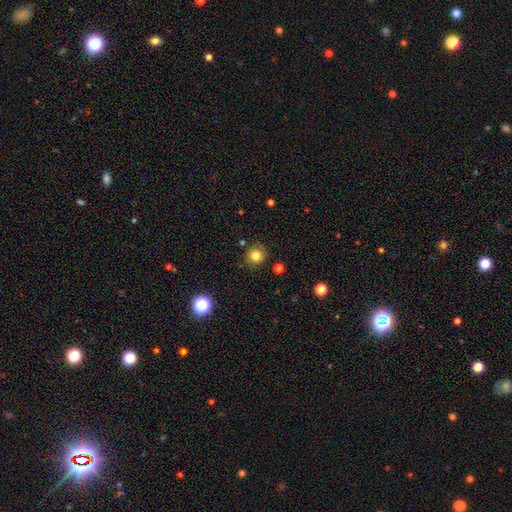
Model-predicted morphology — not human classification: smooth_or_featured: smooth (p=0.81) [alt: star or artifact p=0.13]
how_rounded: round (p=0.92) [alt: in between p=0.07]
merging: none (p=0.84) [alt: minor disturbance p=0.11]